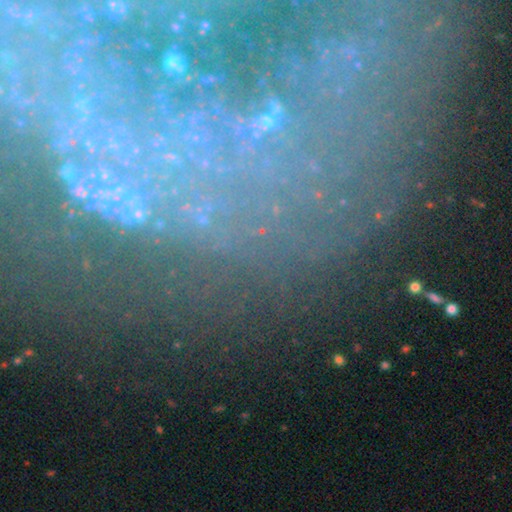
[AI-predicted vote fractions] Smooth or featured? star or artifact (49%)